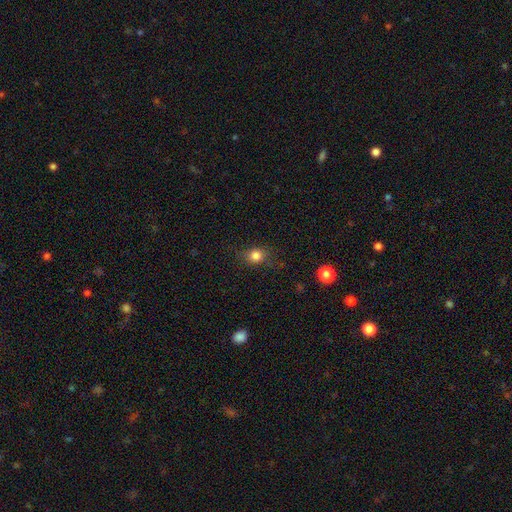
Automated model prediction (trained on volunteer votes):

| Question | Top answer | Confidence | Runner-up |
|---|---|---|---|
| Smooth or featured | smooth | 81% | star or artifact (12%) |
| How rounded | round | 67% | in between (32%) |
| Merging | none | 77% | minor disturbance (16%) |